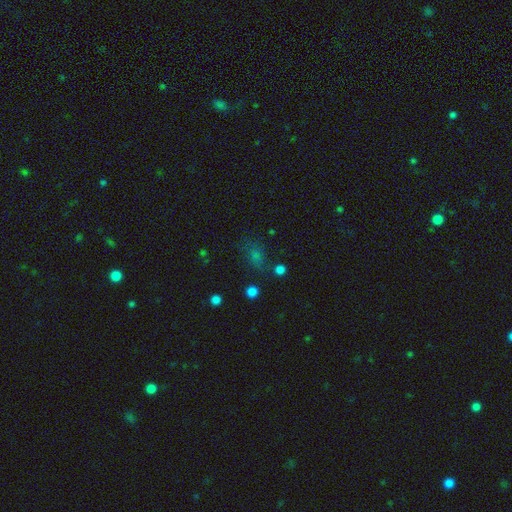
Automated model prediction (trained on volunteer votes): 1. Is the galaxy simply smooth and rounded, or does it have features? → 48% smooth, 39% star or artifact, 12% featured or disk.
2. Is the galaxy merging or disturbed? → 68% none, 16% minor disturbance, 10% major disturbance, 6% merger.